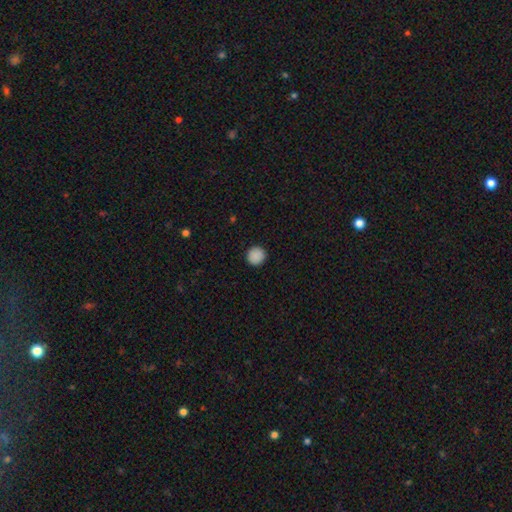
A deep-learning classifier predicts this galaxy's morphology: This appears to be a smooth galaxy with no disk features (89%) that is round (95%). Merging: none (93%).